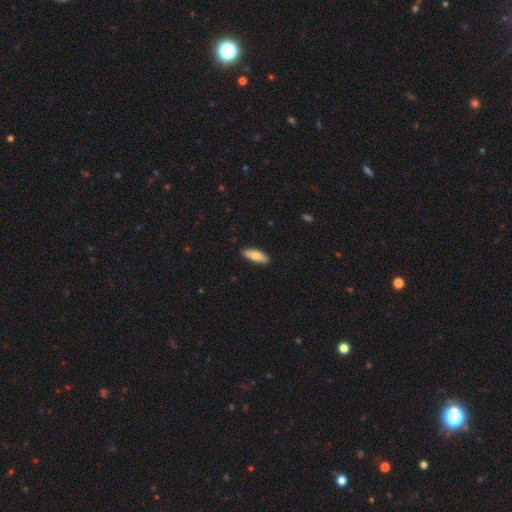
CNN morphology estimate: Smooth or featured?
  - smooth: 75% *
  - featured or disk: 19%
  - star or artifact: 6%
How rounded?
  - in between: 57% *
  - cigar-shaped: 41%
  - round: 2%
Merging?
  - none: 89% *
  - minor disturbance: 8%
  - major disturbance: 1%
  - merger: 1%